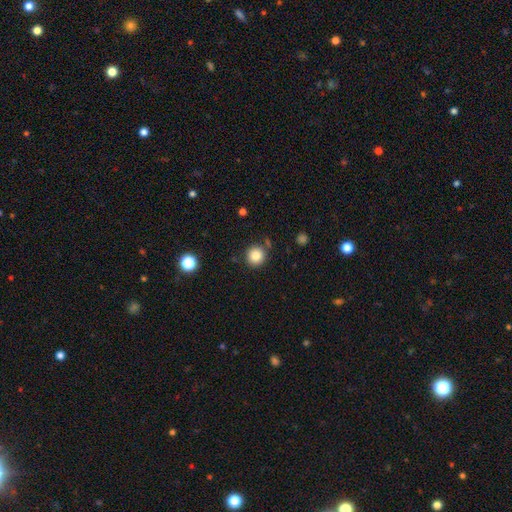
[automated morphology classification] smooth 85%, star or artifact 10%, featured or disk 5%. Down the decision tree: how rounded — round (92%); merging — none (84%).